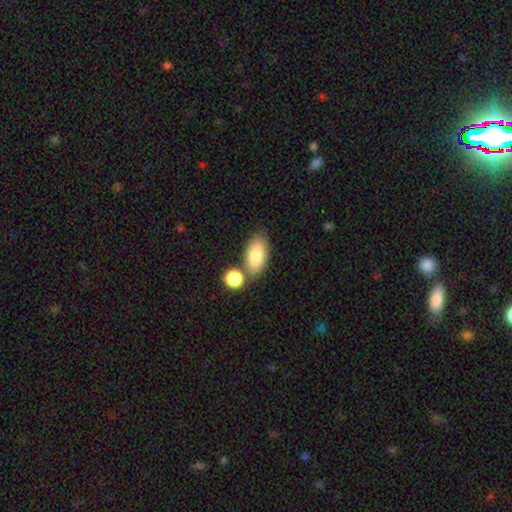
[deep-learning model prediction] Smooth or featured? smooth (82%)
How rounded? in between (92%)
Merging? none (67%)